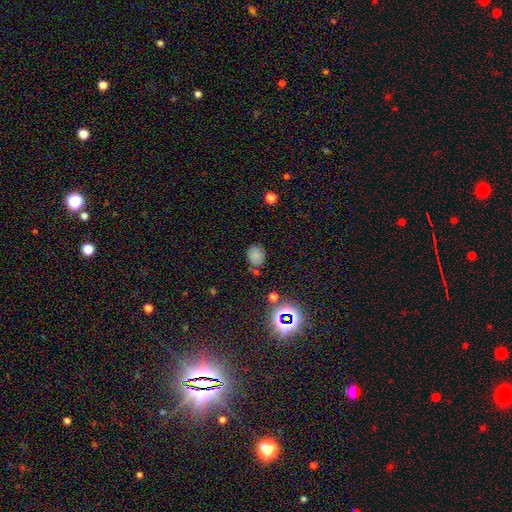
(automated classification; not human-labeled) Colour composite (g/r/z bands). It shows a smooth galaxy with no disk features (73%) that is in between round and cigar-shaped (54%). Merging: none (74%).